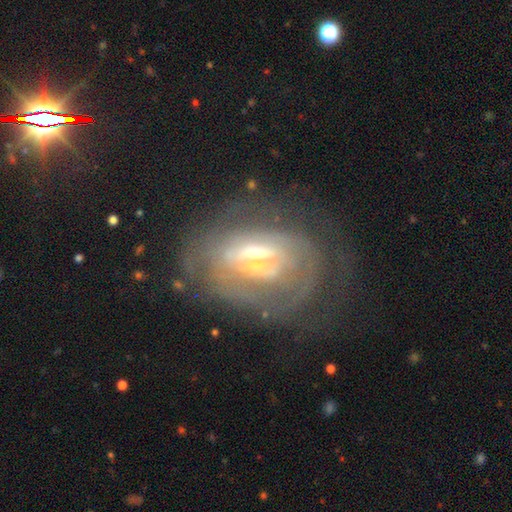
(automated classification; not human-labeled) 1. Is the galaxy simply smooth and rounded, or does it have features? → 68% featured or disk, 21% smooth, 11% star or artifact.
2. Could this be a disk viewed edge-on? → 94% no, 6% yes.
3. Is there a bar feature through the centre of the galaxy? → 47% no, 33% weak, 19% strong.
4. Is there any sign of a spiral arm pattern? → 53% no, 47% yes.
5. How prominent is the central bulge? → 37% moderate, 33% small, 14% large, 13% none, 3% dominant.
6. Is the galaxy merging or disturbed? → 42% none, 31% major disturbance, 21% minor disturbance, 5% merger.